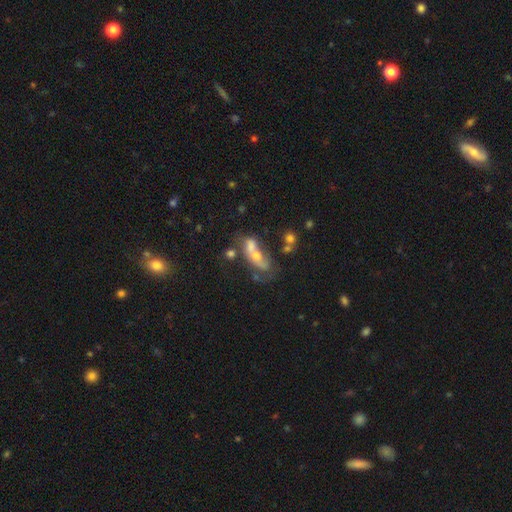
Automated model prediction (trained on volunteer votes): A featured or disk galaxy (47%).

Vote fractions:
- Smooth or featured? featured or disk: 47% / smooth: 40% / star or artifact: 13%
- Merging? merger: 43% / none: 22% / major disturbance: 20% / minor disturbance: 14%